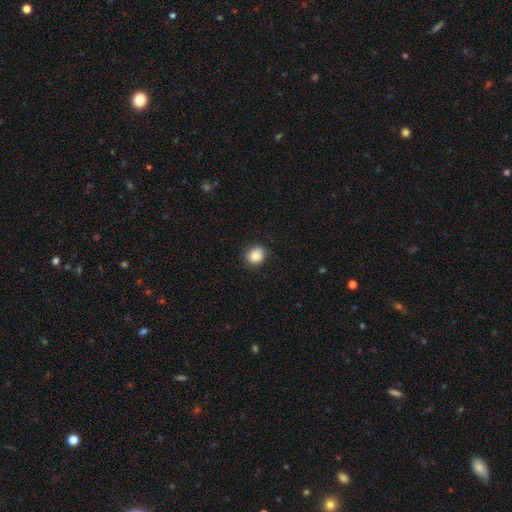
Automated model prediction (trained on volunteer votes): This appears to be a smooth galaxy with no disk features (87%) that is round (78%). Merging: none (82%).